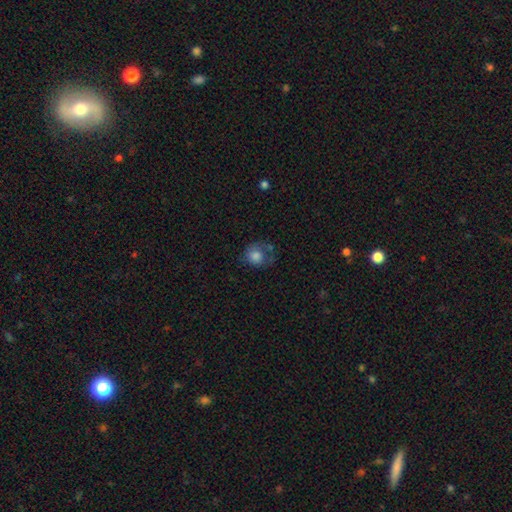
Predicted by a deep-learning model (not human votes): Overall: smooth (76%). How rounded: round (75%). Merging: none (42%; minor disturbance 27%).